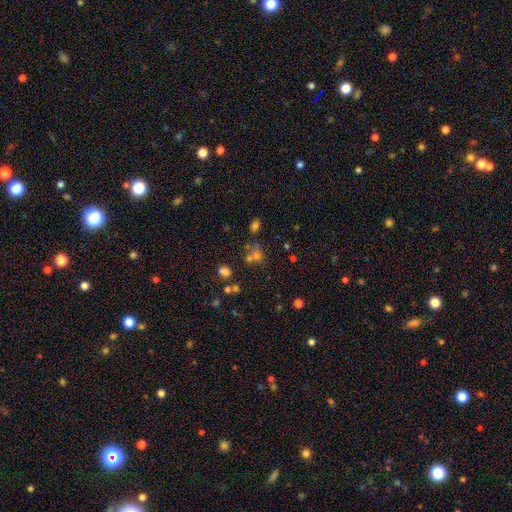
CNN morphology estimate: smooth-or-featured: smooth: 46% | star or artifact: 41% | featured or disk: 13%
  merging: none: 55% | merger: 28% | minor disturbance: 10% | major disturbance: 6%